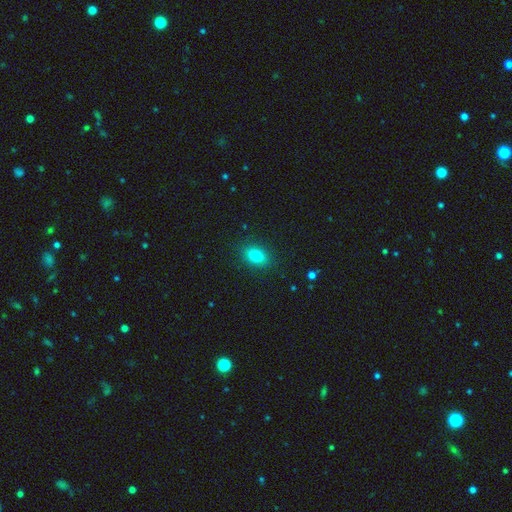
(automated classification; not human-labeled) Smooth or featured? Predicted: smooth (p=0.81). How rounded? Predicted: in between (p=0.83). Merging? Predicted: none (p=0.88).